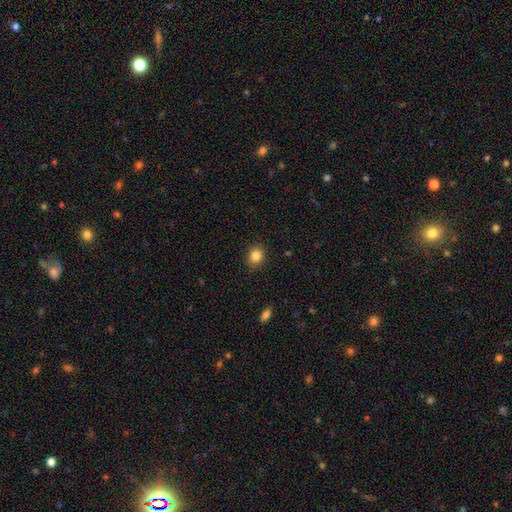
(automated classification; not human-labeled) Overall: smooth (84%). How rounded: round (61%; in between 38%). Merging: none (89%).